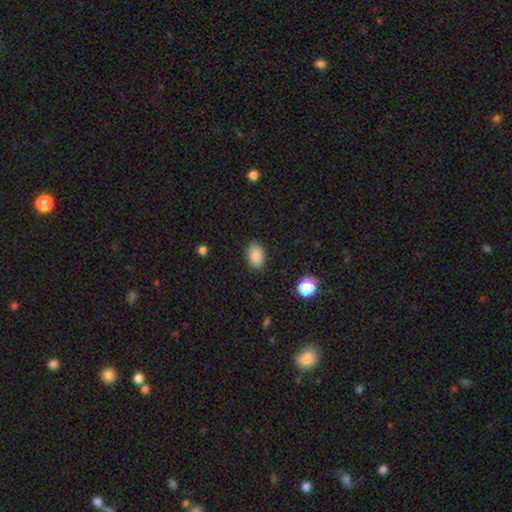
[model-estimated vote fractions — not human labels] Smooth or featured? Predicted: smooth (p=0.86). How rounded? Predicted: in between (p=0.87). Merging? Predicted: none (p=0.87).